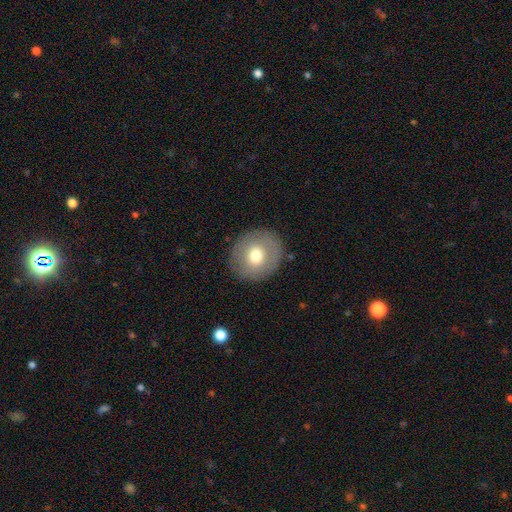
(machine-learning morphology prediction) This is likely a smooth galaxy (69%). How rounded: clearly round (85%). Merging: clearly none (88%).